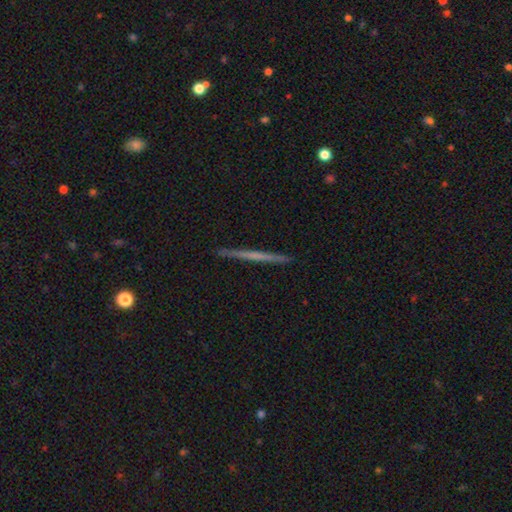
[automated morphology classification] A featured or disk galaxy (57%) viewed edge-on (98%) with no central bulge (86%).

Vote fractions:
- Smooth or featured? featured or disk: 57% / smooth: 37% / star or artifact: 6%
- Edge-on disk? yes: 98% / no: 2%
- Edge-on bulge? none: 86% / rounded: 10% / boxy: 4%
- Merging? none: 93% / minor disturbance: 5% / major disturbance: 1% / merger: 1%